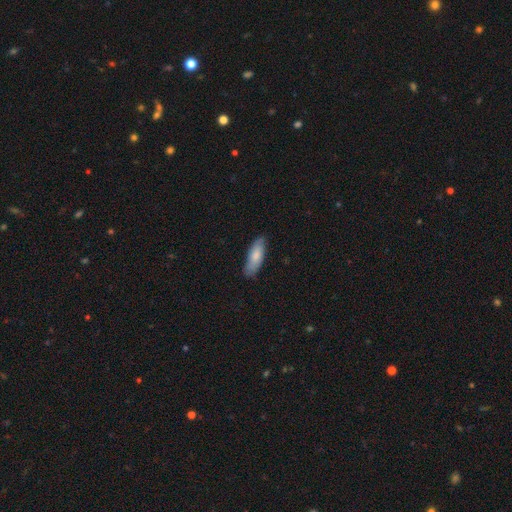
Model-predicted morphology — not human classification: Smooth or featured? smooth (79%)
How rounded? in between (64%)
Merging? none (79%)